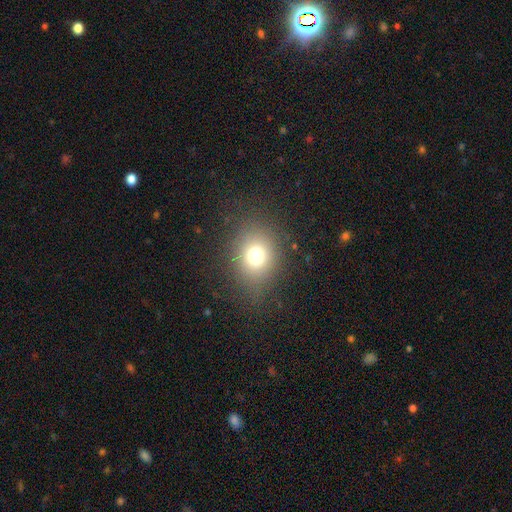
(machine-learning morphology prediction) Q: Smooth or featured?
A: smooth (72%); runner-up: star or artifact (18%)
Q: How rounded?
A: round (67%); runner-up: in between (32%)
Q: Merging?
A: none (81%); runner-up: minor disturbance (11%)